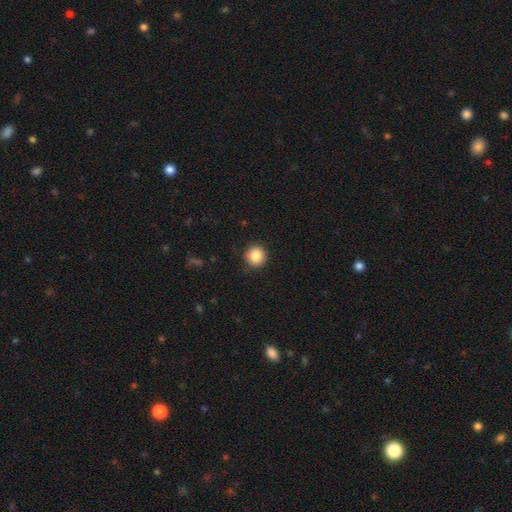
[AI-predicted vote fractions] This appears to be a smooth galaxy with no disk features (86%) that is round (92%). Merging: none (89%).